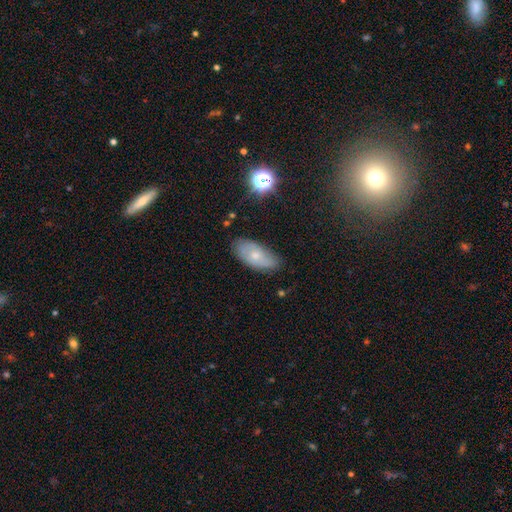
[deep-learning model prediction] This appears to be a smooth galaxy with no disk features (57%) that is in between round and cigar-shaped (90%). Merging: none (70%).